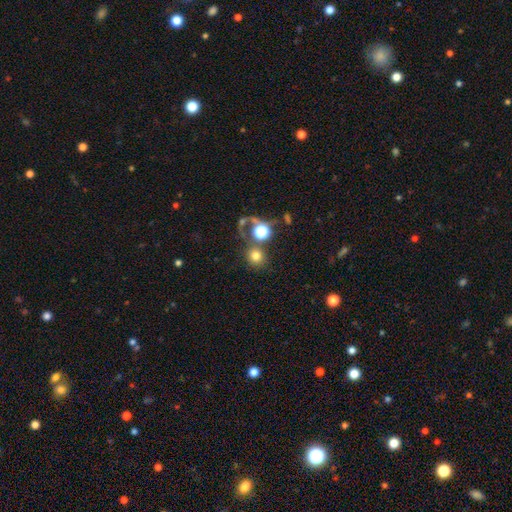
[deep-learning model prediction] The model was most divided on "merging": none: 61%, merger: 20%, major disturbance: 10%, minor disturbance: 9%. More confident: how rounded — round (88%); smooth or featured — smooth (73%).